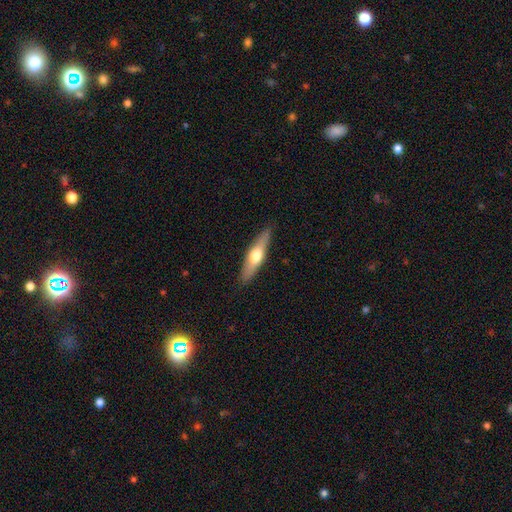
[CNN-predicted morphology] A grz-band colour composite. It shows a featured or disk galaxy (49%). Merging: none (89%).